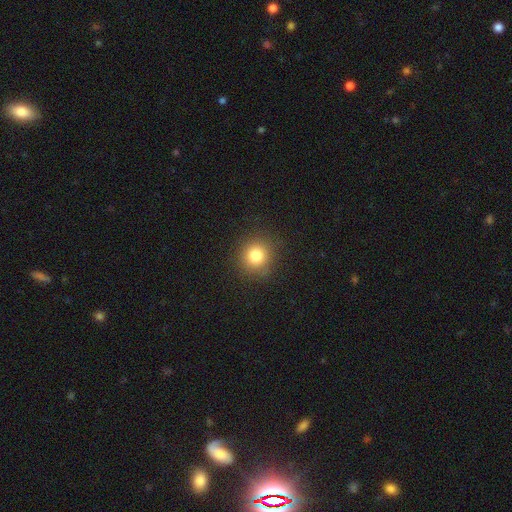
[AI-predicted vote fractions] smooth_or_featured: smooth (p=0.81) [alt: star or artifact p=0.13]
how_rounded: round (p=0.90) [alt: in between p=0.09]
merging: none (p=0.89) [alt: minor disturbance p=0.08]